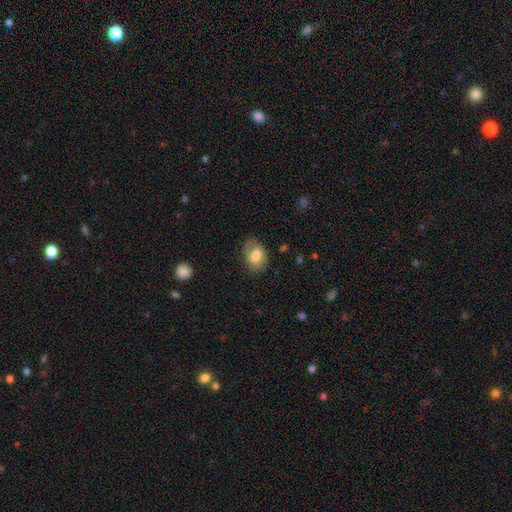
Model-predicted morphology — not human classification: A smooth galaxy with no disk features (71%) that is in between round and cigar-shaped (77%). Merging: none (70%).